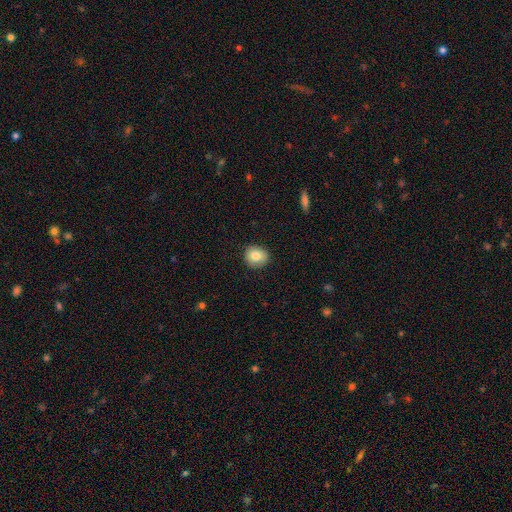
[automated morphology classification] Q: Smooth or featured?
A: smooth (83%); runner-up: star or artifact (9%)
Q: How rounded?
A: round (80%); runner-up: in between (19%)
Q: Merging?
A: none (87%); runner-up: minor disturbance (10%)